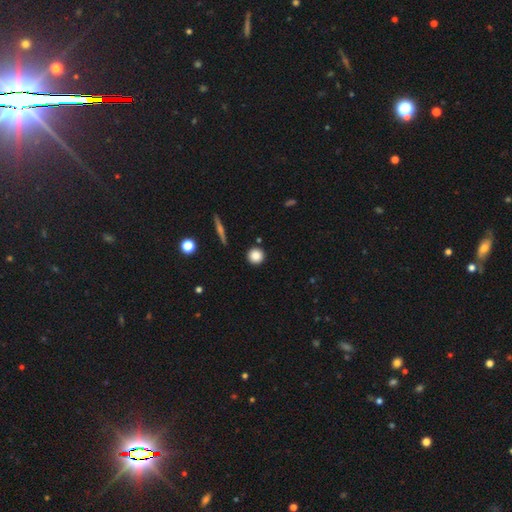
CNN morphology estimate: Overall: smooth (85%). How rounded: round (94%). Merging: none (91%).